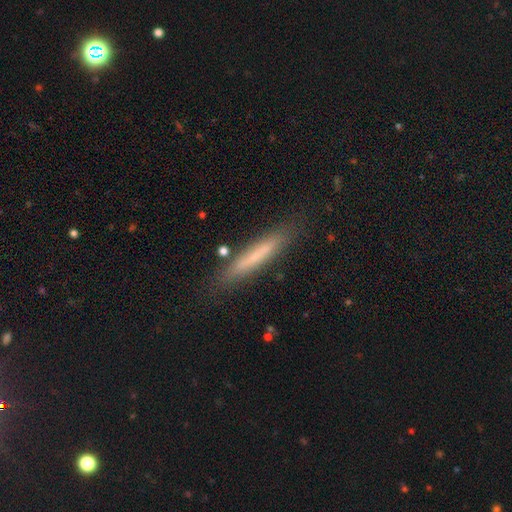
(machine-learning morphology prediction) A smooth galaxy with no disk features (65%) that is cigar-shaped (94%). Merging: none (84%).